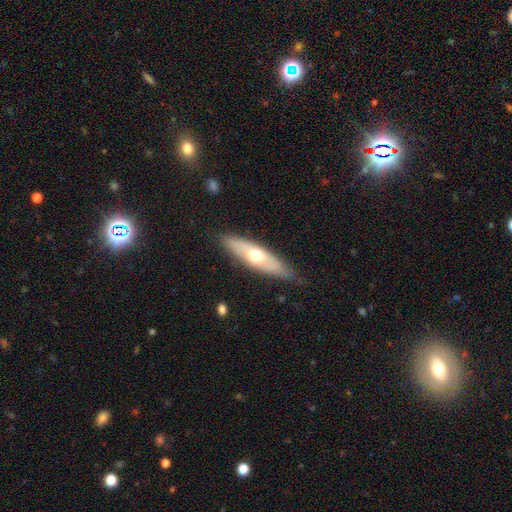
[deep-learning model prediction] smooth_or_featured: featured or disk (p=0.48) [alt: smooth p=0.47]
merging: none (p=0.79) [alt: minor disturbance p=0.16]